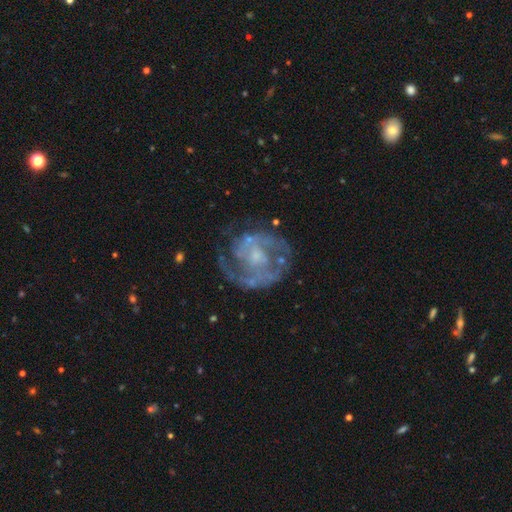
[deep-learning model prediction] featured or disk 83%, smooth 9%, star or artifact 7%. Down the decision tree: edge-on disk — no (98%); bar — no (60%); spiral arms — yes (86%); spiral arm count — 2 (50%); spiral winding — tight (44%); bulge size — small (51%); merging — none (65%).